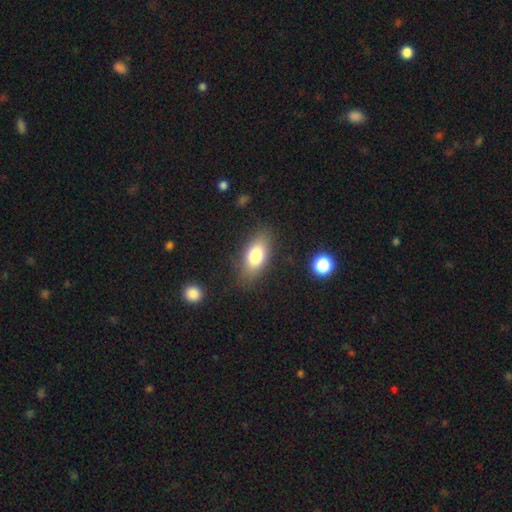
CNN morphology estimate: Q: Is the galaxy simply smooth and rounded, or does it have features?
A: smooth — 76%.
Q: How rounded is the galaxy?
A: in between — 87%.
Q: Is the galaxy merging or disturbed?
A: none — 83%.